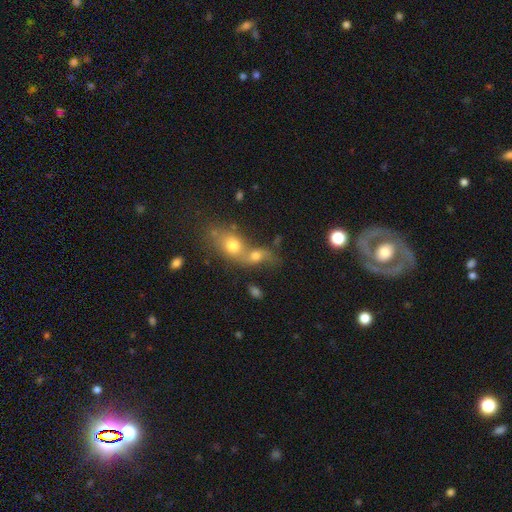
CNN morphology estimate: This is likely a smooth galaxy (64%). How rounded: likely in between (64%). Merging: likely merger (65%).